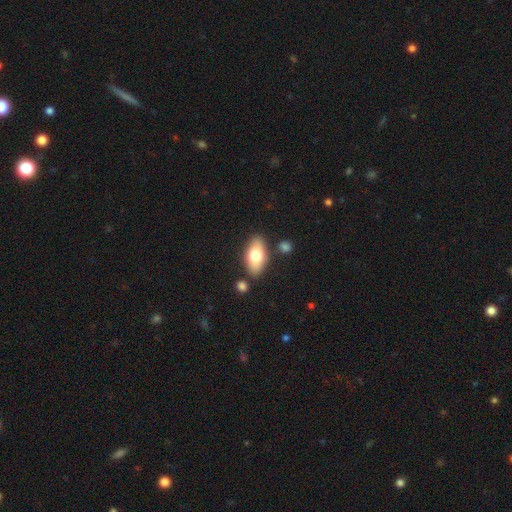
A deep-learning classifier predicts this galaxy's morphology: Smooth or featured: smooth — 73% (featured or disk — 21%)
How rounded: in between — 91% (cigar-shaped — 5%)
Merging: none — 81% (minor disturbance — 11%)